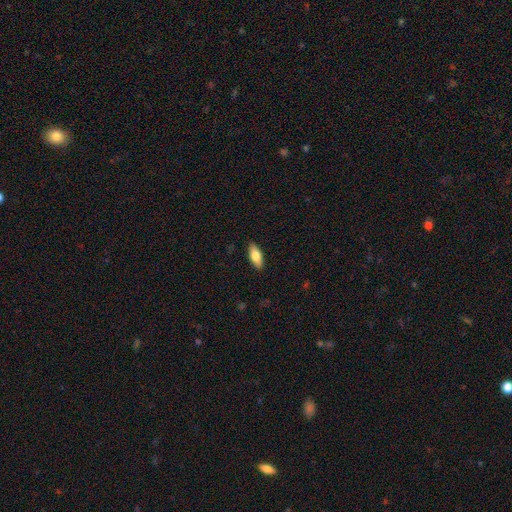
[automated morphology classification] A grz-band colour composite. It shows a smooth galaxy with no disk features (75%) that is in between round and cigar-shaped (79%). Merging: none (89%).